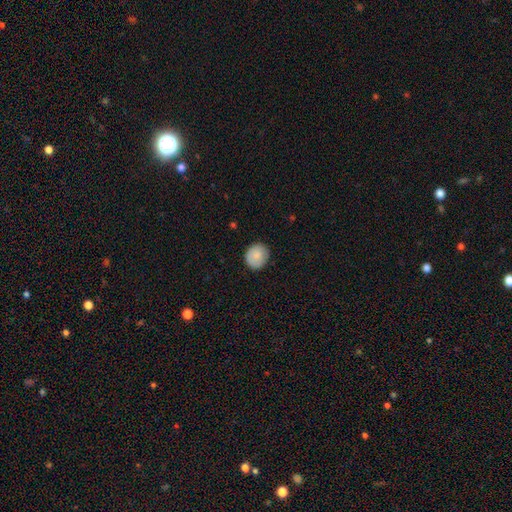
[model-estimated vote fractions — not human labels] A smooth galaxy with no disk features (85%) that is round (78%). Merging: none (85%).